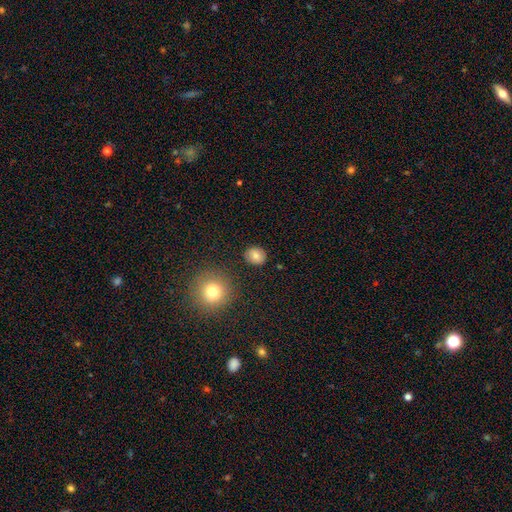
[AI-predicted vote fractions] smooth 82%, star or artifact 10%, featured or disk 8%. Down the decision tree: how rounded — round (75%); merging — none (87%).